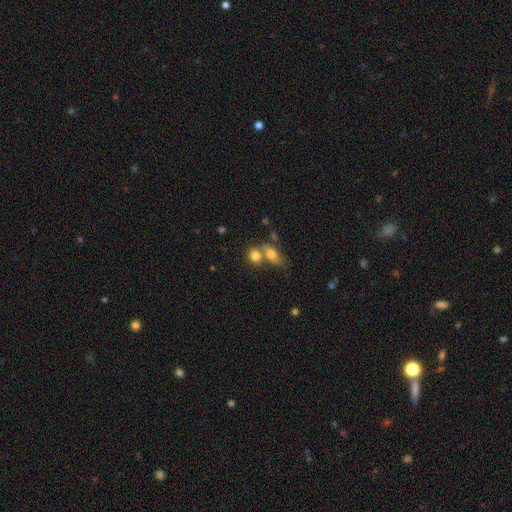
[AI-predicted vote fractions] Smooth or featured: smooth — 79% (featured or disk — 11%)
How rounded: round — 52% (in between — 45%)
Merging: merger — 51% (none — 36%)